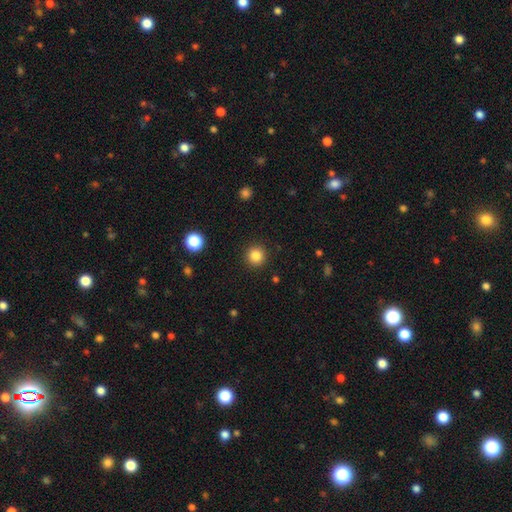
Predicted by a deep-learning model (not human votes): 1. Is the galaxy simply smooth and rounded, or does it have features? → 84% smooth, 11% star or artifact, 4% featured or disk.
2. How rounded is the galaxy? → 95% round, 4% in between, 1% cigar-shaped.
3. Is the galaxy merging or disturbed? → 92% none, 5% minor disturbance, 2% major disturbance, 1% merger.